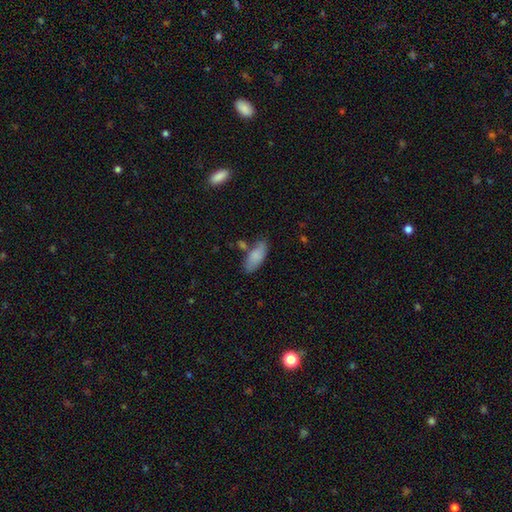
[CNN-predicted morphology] smooth-or-featured: smooth: 83% | featured or disk: 11% | star or artifact: 6%
  how-rounded: in between: 81% | cigar-shaped: 17% | round: 2%
  merging: none: 64% | minor disturbance: 20% | merger: 11% | major disturbance: 5%